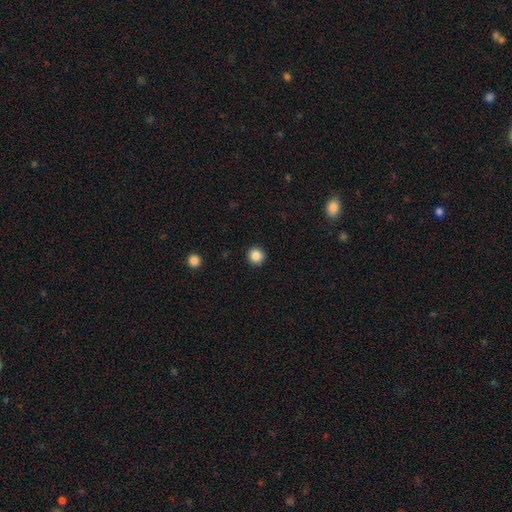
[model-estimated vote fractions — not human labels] Smooth or featured: smooth — 86% (star or artifact — 10%)
How rounded: round — 95% (in between — 4%)
Merging: none — 92% (minor disturbance — 5%)